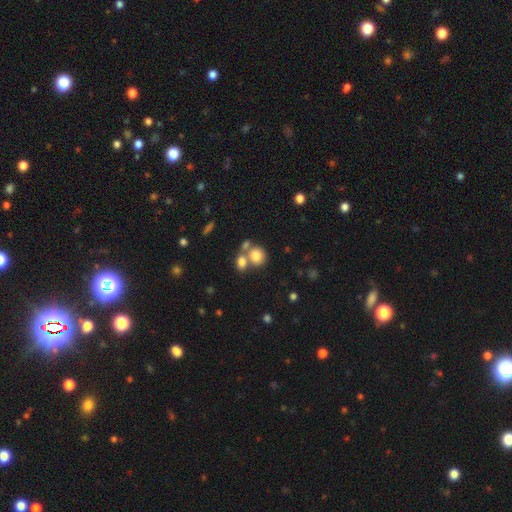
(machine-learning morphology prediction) Smooth or featured: smooth — 79% (featured or disk — 11%)
How rounded: round — 71% (in between — 28%)
Merging: none — 44% (tied with merger — 44%)